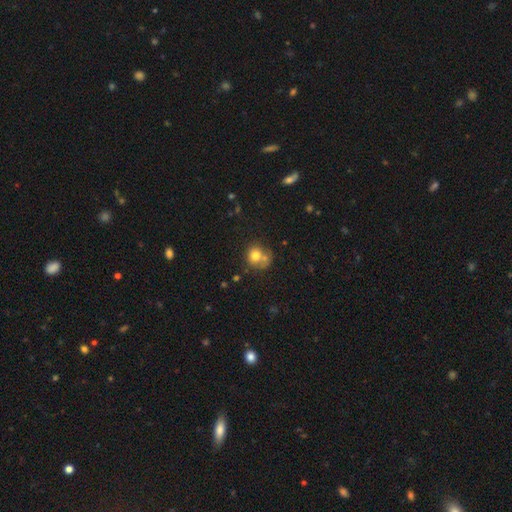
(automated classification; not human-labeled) The model was most divided on "merging": none: 42%, merger: 33%, minor disturbance: 16%, major disturbance: 9%. More confident: how rounded — round (78%); smooth or featured — smooth (74%).